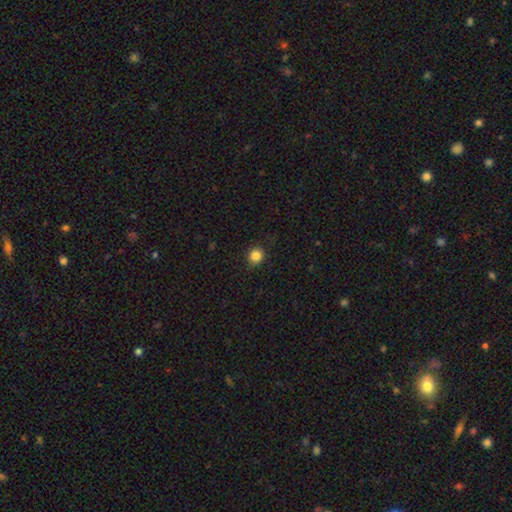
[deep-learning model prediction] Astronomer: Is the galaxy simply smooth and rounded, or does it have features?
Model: smooth — 85%.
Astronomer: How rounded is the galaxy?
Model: round — 89%.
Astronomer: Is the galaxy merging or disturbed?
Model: none — 86%.